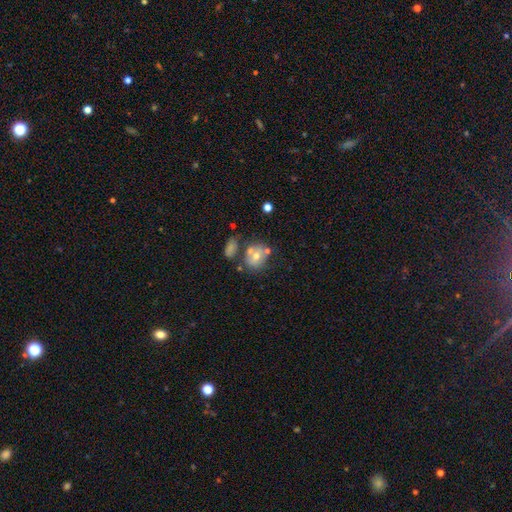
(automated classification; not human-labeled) The model was most divided on "merging": none: 46%, merger: 31%, minor disturbance: 15%, major disturbance: 7%. More confident: how rounded — round (64%); smooth or featured — smooth (55%).